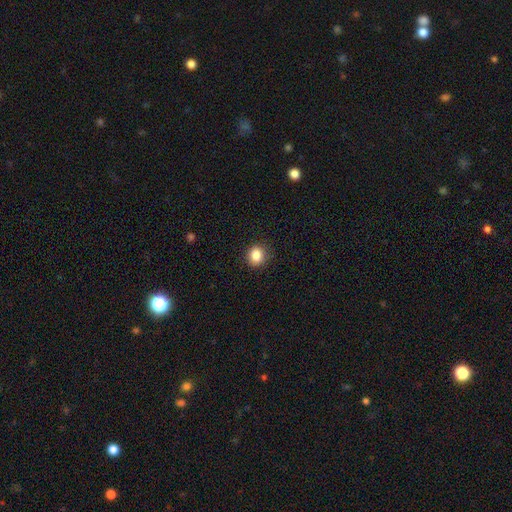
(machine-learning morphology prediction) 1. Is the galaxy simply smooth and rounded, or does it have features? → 86% smooth, 10% star or artifact, 4% featured or disk.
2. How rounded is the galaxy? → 79% round, 20% in between, 1% cigar-shaped.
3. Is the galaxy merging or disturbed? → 88% none, 9% minor disturbance, 2% major disturbance, 1% merger.